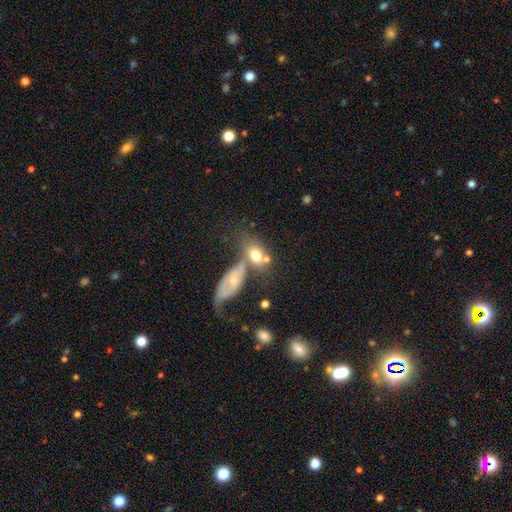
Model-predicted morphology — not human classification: Smooth or featured? Predicted: smooth (p=0.67). How rounded? Predicted: in between (p=0.71). Merging? Predicted: merger (p=0.45).